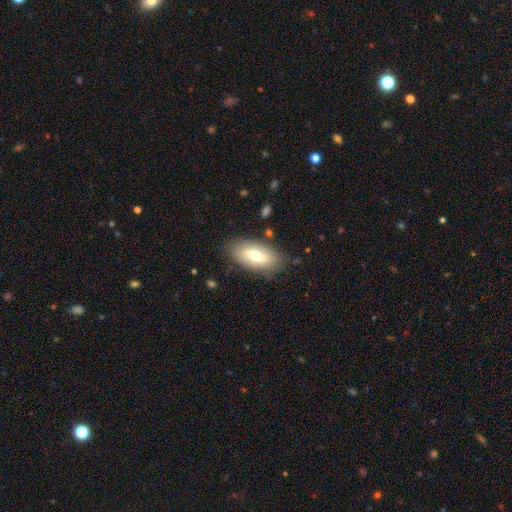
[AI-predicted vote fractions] This appears to be a smooth galaxy with no disk features (64%) that is in between round and cigar-shaped (89%). Merging: none (83%).